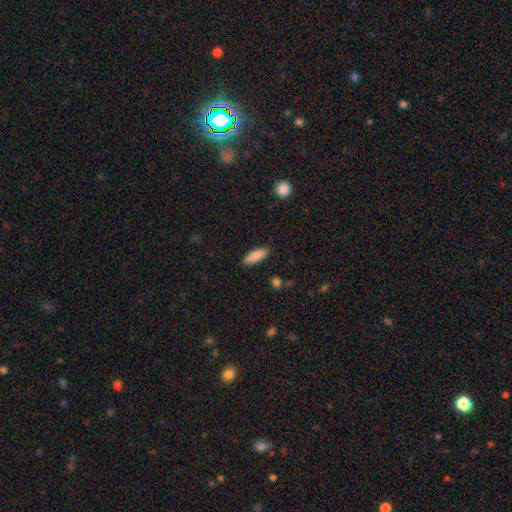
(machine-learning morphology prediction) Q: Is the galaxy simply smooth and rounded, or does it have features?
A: smooth — 88%.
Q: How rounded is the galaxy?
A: in between — 73%.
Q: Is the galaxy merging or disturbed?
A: none — 87%.